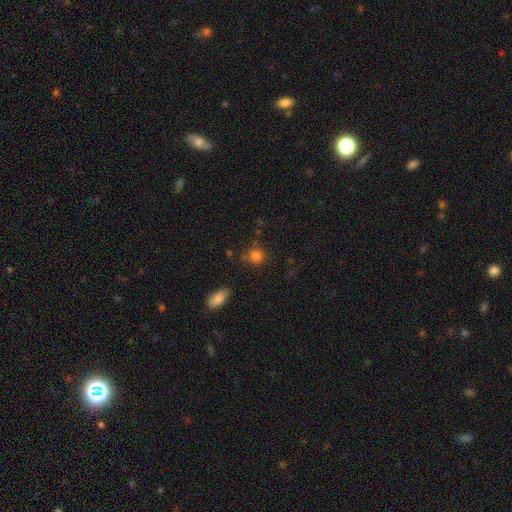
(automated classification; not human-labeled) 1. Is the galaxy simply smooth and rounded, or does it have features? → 82% smooth, 12% star or artifact, 6% featured or disk.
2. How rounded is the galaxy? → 85% round, 14% in between, 1% cigar-shaped.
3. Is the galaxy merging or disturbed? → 73% none, 15% minor disturbance, 7% merger, 5% major disturbance.